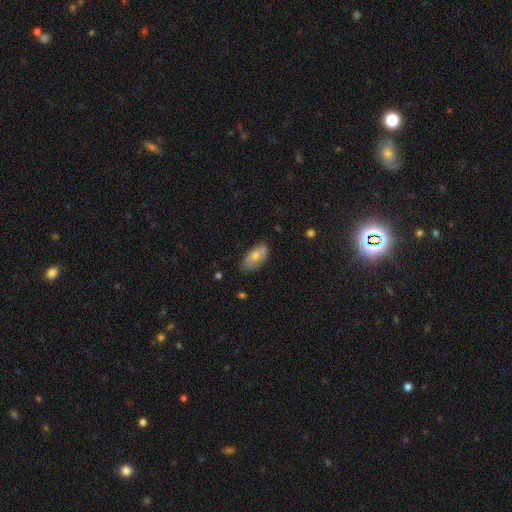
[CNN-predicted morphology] Q: Smooth or featured?
A: smooth (67%); runner-up: featured or disk (25%)
Q: How rounded?
A: in between (90%); runner-up: cigar-shaped (5%)
Q: Merging?
A: none (67%); runner-up: minor disturbance (25%)